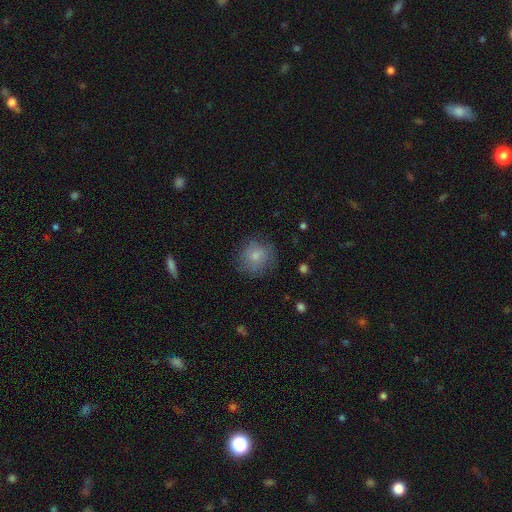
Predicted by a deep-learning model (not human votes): Smooth or featured: smooth — 77% (featured or disk — 14%)
How rounded: round — 89% (in between — 10%)
Merging: none — 76% (minor disturbance — 16%)